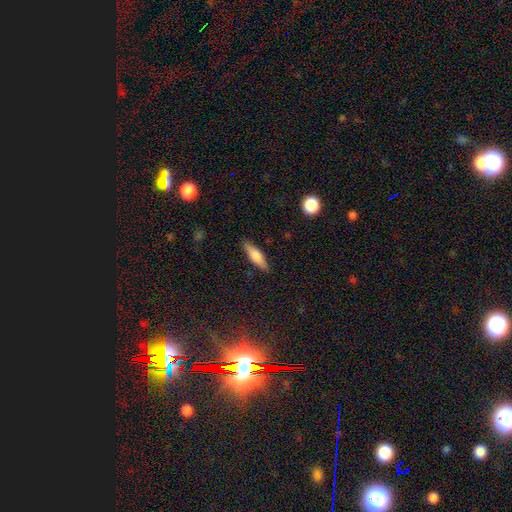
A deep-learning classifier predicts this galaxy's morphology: Smooth or featured? Predicted: smooth (p=0.69). How rounded? Predicted: cigar-shaped (p=0.61). Merging? Predicted: none (p=0.86).